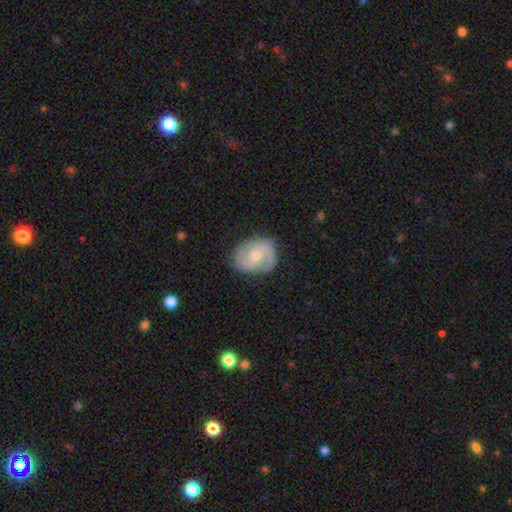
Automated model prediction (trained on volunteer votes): A featured or disk galaxy (69%) with no bar (66%), 2 (77%) medium (47%) spiral arms (90%) and a moderate central bulge (54%).

Vote fractions:
- Smooth or featured? featured or disk: 69% / smooth: 25% / star or artifact: 6%
- Edge-on disk? no: 97% / yes: 3%
- Bar? no: 66% / weak: 30% / strong: 5%
- Spiral arms? yes: 90% / no: 10%
- Spiral winding? medium: 47% / tight: 33% / loose: 20%
- Spiral arm count? 2: 77% / can't tell: 11% / 3: 5% / 1: 5% / 4: 1% / more than 4: 1%
- Bulge size? moderate: 54% / small: 41% / large: 2% / none: 2% / dominant: 1%
- Merging? none: 73% / minor disturbance: 20% / major disturbance: 6% / merger: 1%